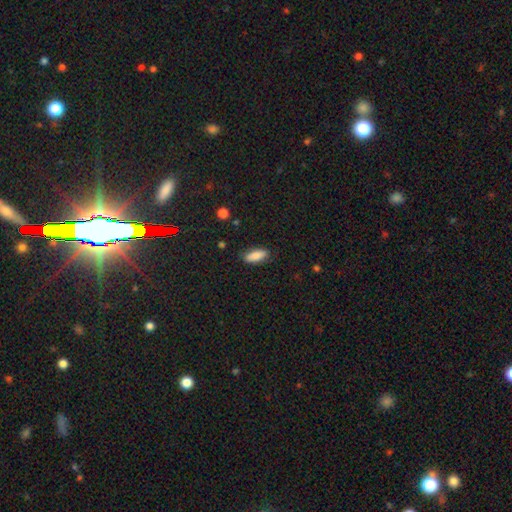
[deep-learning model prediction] A smooth galaxy with no disk features (85%) that is in between round and cigar-shaped (76%).

Vote fractions:
- Smooth or featured? smooth: 85% / featured or disk: 9% / star or artifact: 7%
- How rounded? in between: 76% / cigar-shaped: 21% / round: 2%
- Merging? none: 85% / minor disturbance: 11% / major disturbance: 2% / merger: 1%